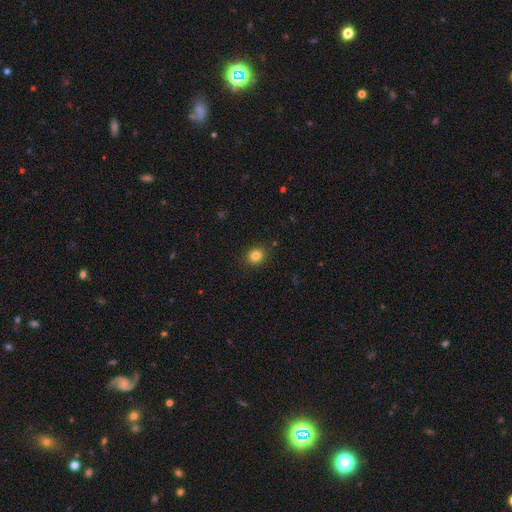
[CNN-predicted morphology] Q: Smooth or featured?
A: smooth (83%); runner-up: star or artifact (11%)
Q: How rounded?
A: round (78%); runner-up: in between (21%)
Q: Merging?
A: none (90%); runner-up: minor disturbance (7%)